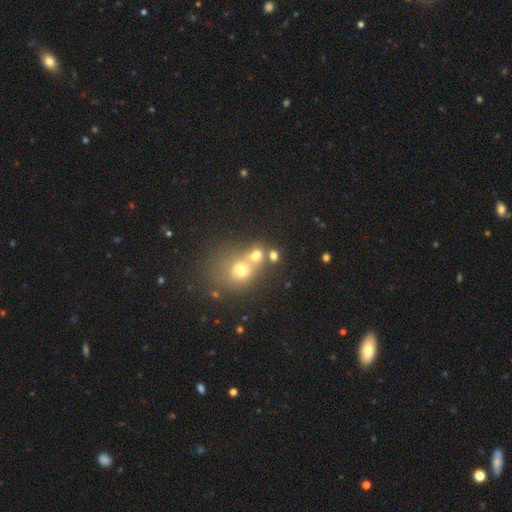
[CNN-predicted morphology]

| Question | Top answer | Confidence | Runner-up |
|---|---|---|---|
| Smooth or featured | smooth | 65% | featured or disk (18%) |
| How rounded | round | 66% | in between (33%) |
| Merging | merger | 53% | none (32%) |